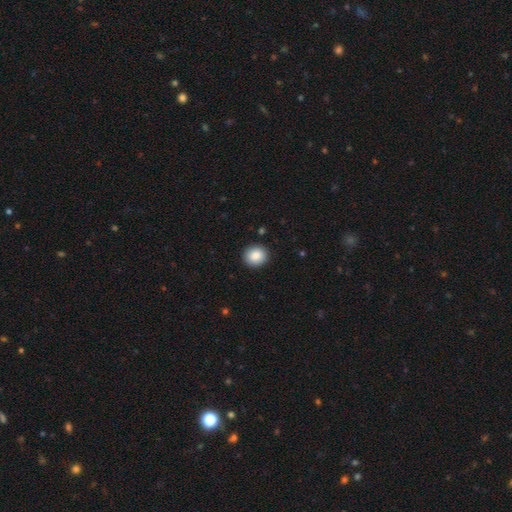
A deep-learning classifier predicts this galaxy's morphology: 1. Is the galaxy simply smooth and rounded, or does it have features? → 88% smooth, 8% star or artifact, 5% featured or disk.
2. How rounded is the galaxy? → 77% round, 22% in between, 1% cigar-shaped.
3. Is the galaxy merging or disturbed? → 91% none, 6% minor disturbance, 2% major disturbance, 1% merger.